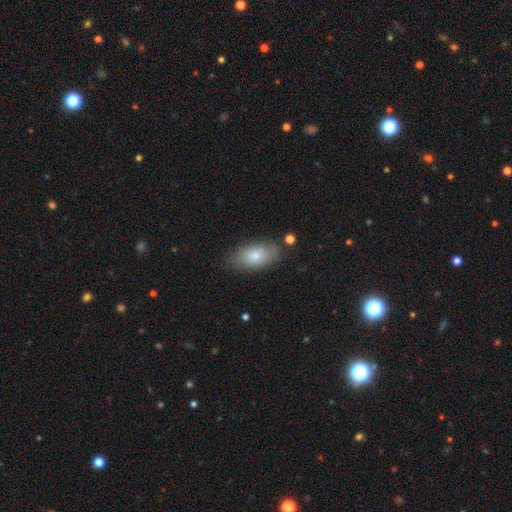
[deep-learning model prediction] The model was most divided on "smooth or featured": smooth: 75%, featured or disk: 18%, star or artifact: 7%. More confident: how rounded — in between (91%); merging — none (80%).